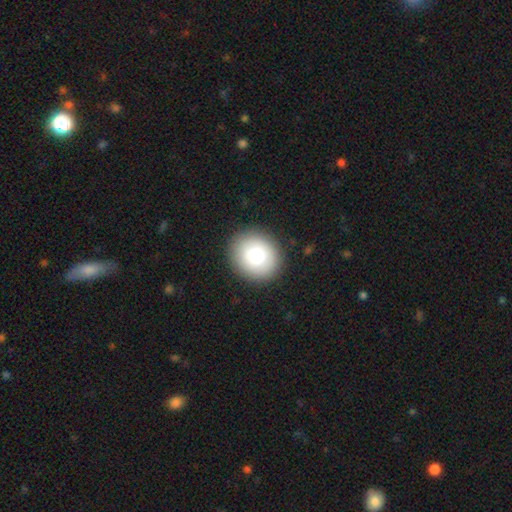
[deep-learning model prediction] Smooth or featured? smooth (79%)
How rounded? round (80%)
Merging? none (90%)